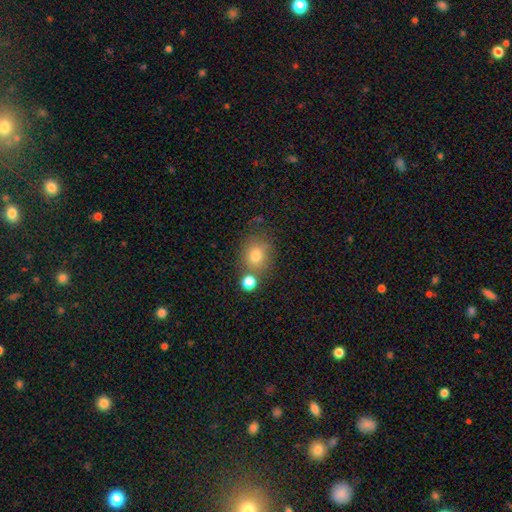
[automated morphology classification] A smooth galaxy with no disk features (77%) that is round (69%). Merging: none (65%).